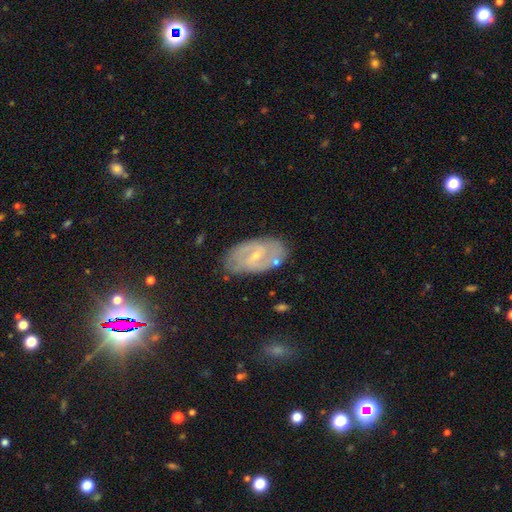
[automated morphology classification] A featured or disk galaxy (79%) with a weak bar (54%), 2 (80%) medium (46%) spiral arms (89%) and a small central bulge (73%). Merging: none (75%).